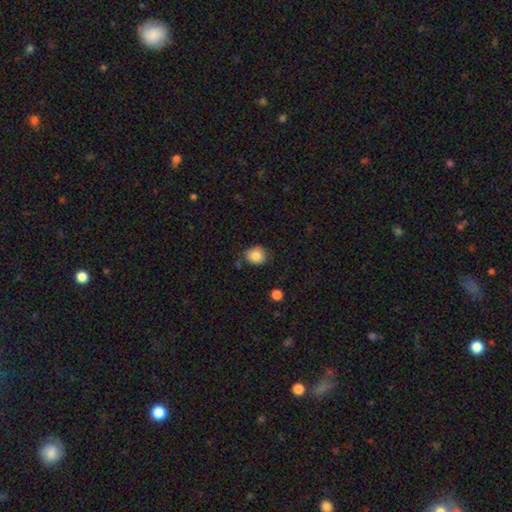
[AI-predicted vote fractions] Smooth or featured? Predicted: smooth (p=0.85). How rounded? Predicted: round (p=0.71). Merging? Predicted: none (p=0.75).